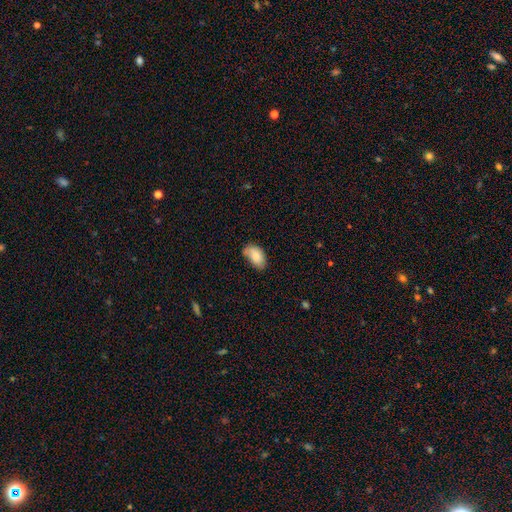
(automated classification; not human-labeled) Morphology: type=smooth (84%); roundness=in between (93%); merging=none (55%).